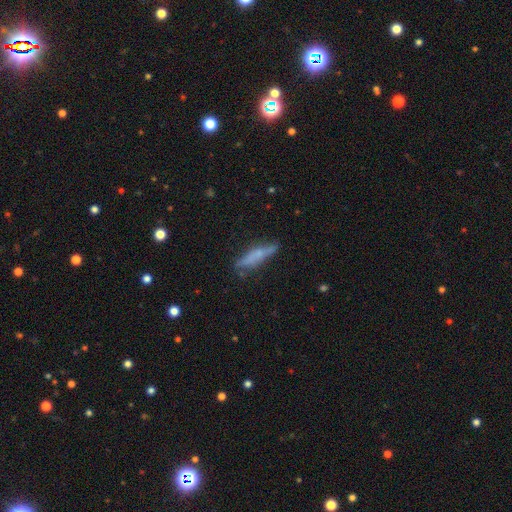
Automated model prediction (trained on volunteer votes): smooth-or-featured: smooth: 52% | featured or disk: 40% | star or artifact: 8%
  how-rounded: cigar-shaped: 84% | in between: 14% | round: 2%
  merging: none: 74% | minor disturbance: 19% | major disturbance: 5% | merger: 3%